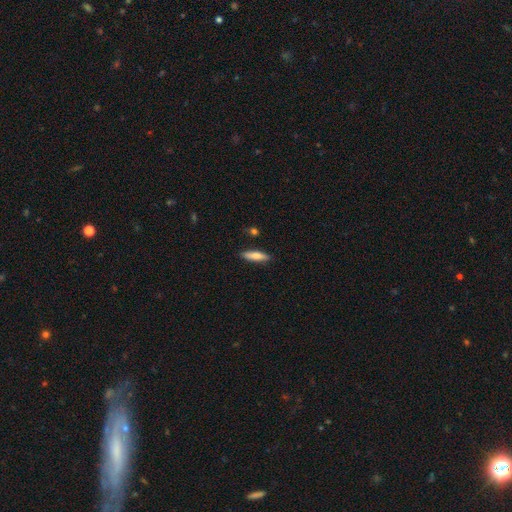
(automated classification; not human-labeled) This appears to be a smooth galaxy with no disk features (75%) that is cigar-shaped (72%). Merging: none (87%).